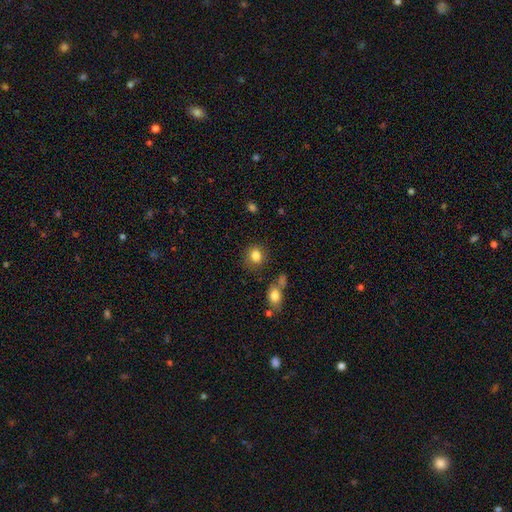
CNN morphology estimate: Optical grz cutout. It shows a smooth galaxy with no disk features (84%) that is round (74%). Merging: none (81%).